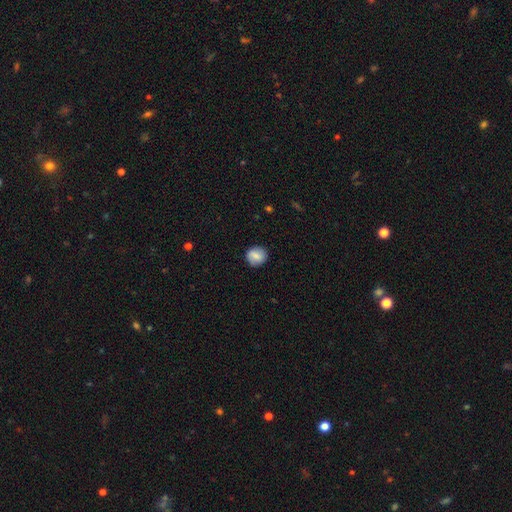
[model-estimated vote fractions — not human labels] Overall: smooth (75%). How rounded: round (88%). Merging: none (85%).